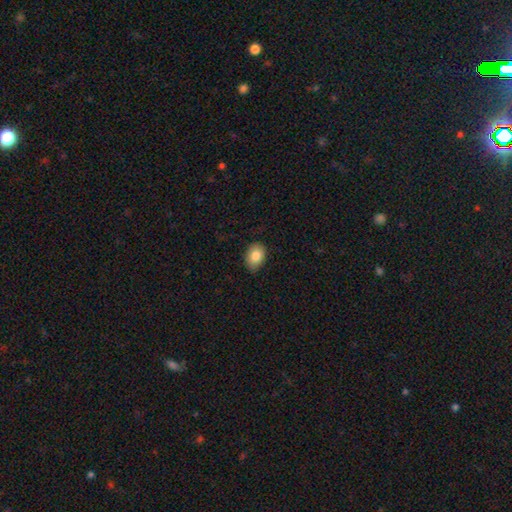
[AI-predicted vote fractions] smooth-or-featured: smooth: 84% | featured or disk: 8% | star or artifact: 8%
  how-rounded: in between: 79% | round: 20% | cigar-shaped: 1%
  merging: none: 81% | minor disturbance: 16% | major disturbance: 2% | merger: 1%